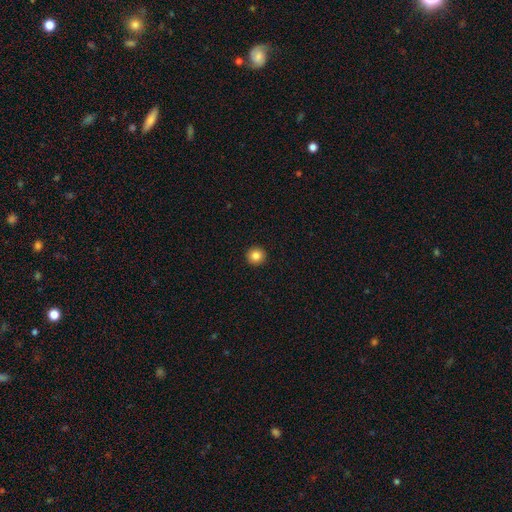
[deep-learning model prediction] Smooth or featured? Predicted: smooth (p=0.85). How rounded? Predicted: round (p=0.95). Merging? Predicted: none (p=0.94).